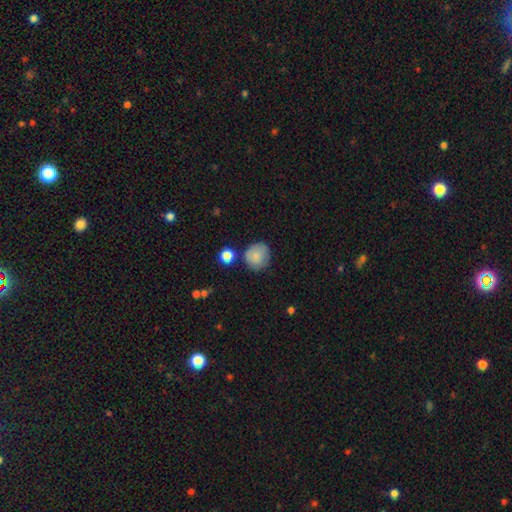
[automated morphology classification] This is clearly a smooth galaxy (84%). How rounded: clearly round (85%). Merging: likely none (70%).